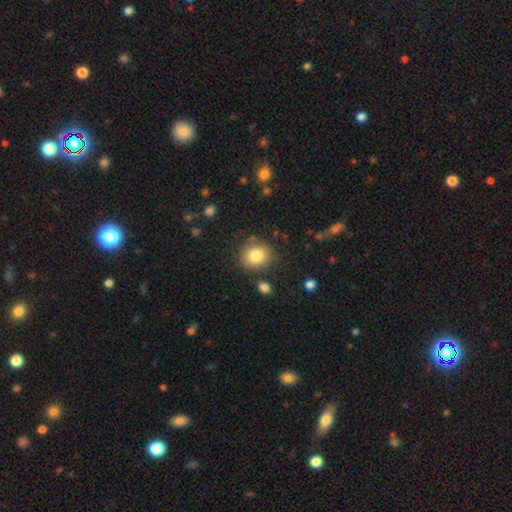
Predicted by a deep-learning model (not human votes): Smooth or featured?
  - smooth: 83% *
  - star or artifact: 10%
  - featured or disk: 8%
How rounded?
  - round: 79% *
  - in between: 20%
  - cigar-shaped: 1%
Merging?
  - none: 81% *
  - minor disturbance: 11%
  - merger: 4%
  - major disturbance: 4%